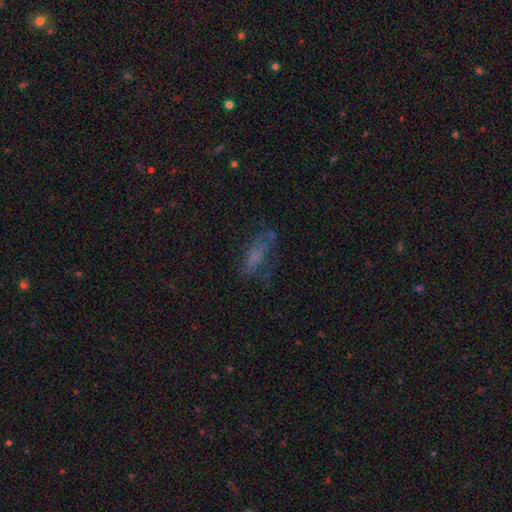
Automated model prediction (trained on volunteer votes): smooth-or-featured: smooth: 50% | featured or disk: 33% | star or artifact: 17%
  how-rounded: in between: 54% | cigar-shaped: 42% | round: 3%
  merging: none: 47% | minor disturbance: 24% | major disturbance: 24% | merger: 4%